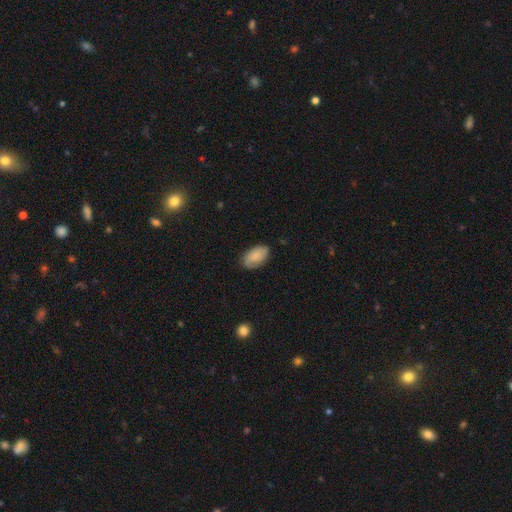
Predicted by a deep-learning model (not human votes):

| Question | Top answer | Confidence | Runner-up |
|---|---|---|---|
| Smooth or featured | smooth | 83% | featured or disk (11%) |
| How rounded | in between | 94% | round (5%) |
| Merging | none | 78% | minor disturbance (17%) |